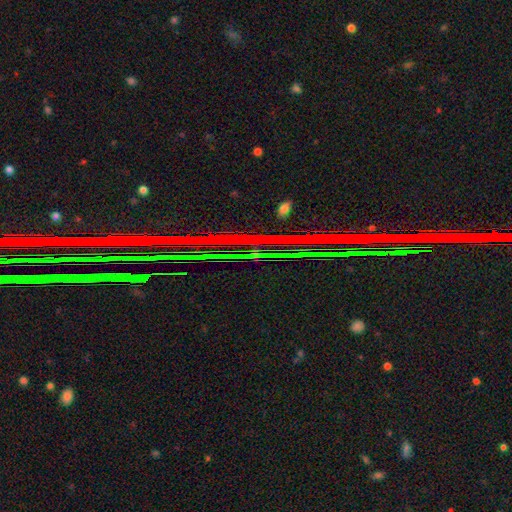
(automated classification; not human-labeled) smooth-or-featured: star or artifact: 84% | featured or disk: 9% | smooth: 7%